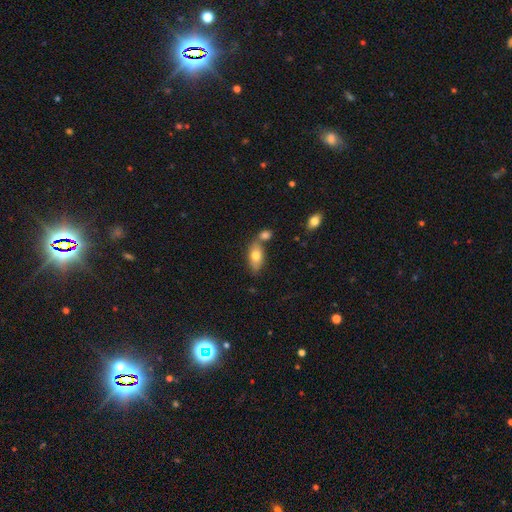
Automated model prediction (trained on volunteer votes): This is likely a smooth galaxy (74%). How rounded: clearly in between (88%). Merging: possibly none (60%).